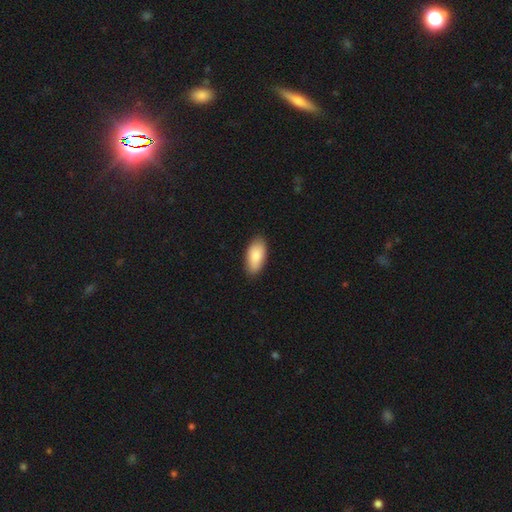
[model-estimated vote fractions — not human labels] Smooth or featured? smooth (86%)
How rounded? in between (92%)
Merging? none (86%)